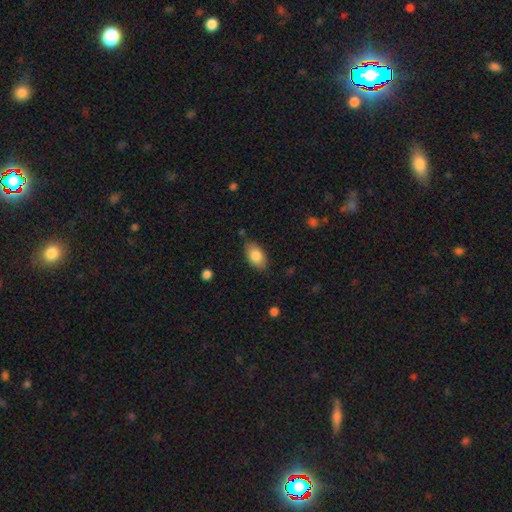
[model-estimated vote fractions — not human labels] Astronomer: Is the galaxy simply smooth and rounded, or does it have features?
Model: smooth — 83%.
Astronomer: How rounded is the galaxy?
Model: in between — 93%.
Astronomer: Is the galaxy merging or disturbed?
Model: none — 82%.